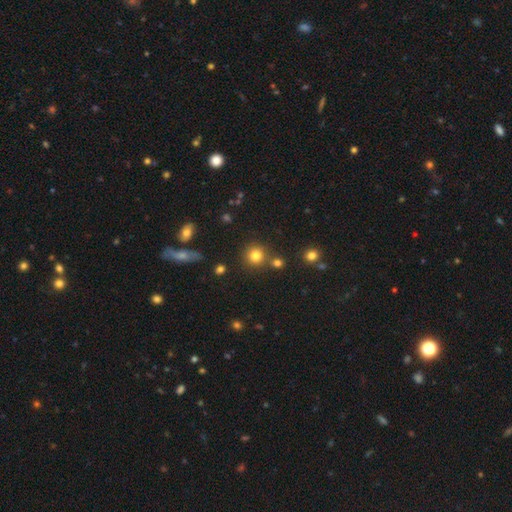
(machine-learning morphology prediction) type=smooth (80%); roundness=round (92%); merging=none (79%).